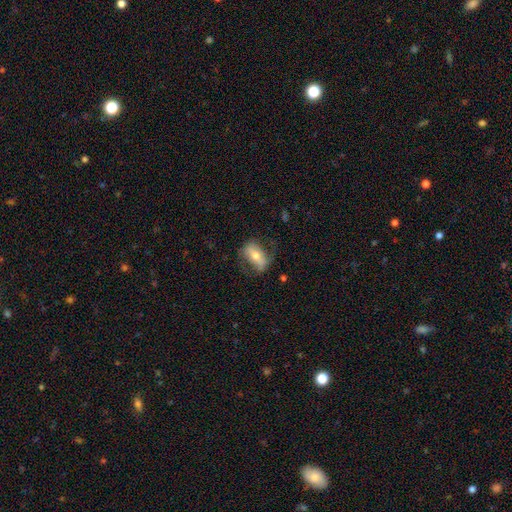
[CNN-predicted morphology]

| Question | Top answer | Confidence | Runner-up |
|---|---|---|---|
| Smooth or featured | featured or disk | 50% | smooth (42%) |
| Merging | none | 63% | minor disturbance (22%) |